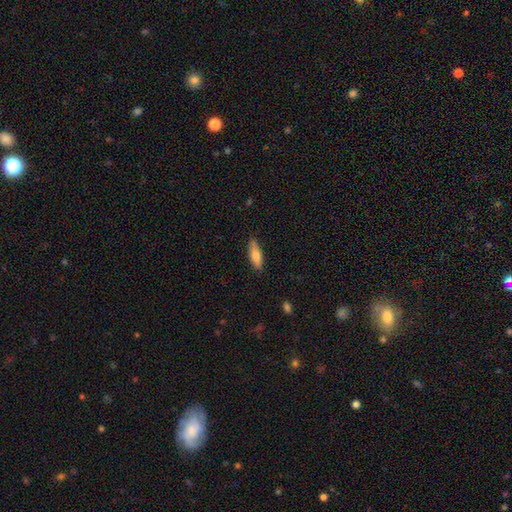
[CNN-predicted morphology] Smooth or featured: smooth — 70% (featured or disk — 24%)
How rounded: cigar-shaped — 49% (in between — 48%)
Merging: none — 86% (minor disturbance — 11%)